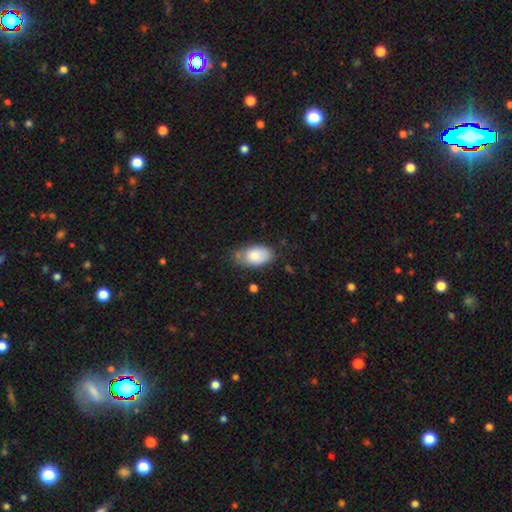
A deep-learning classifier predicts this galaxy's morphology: type=smooth (83%); roundness=in between (93%); merging=none (59%).